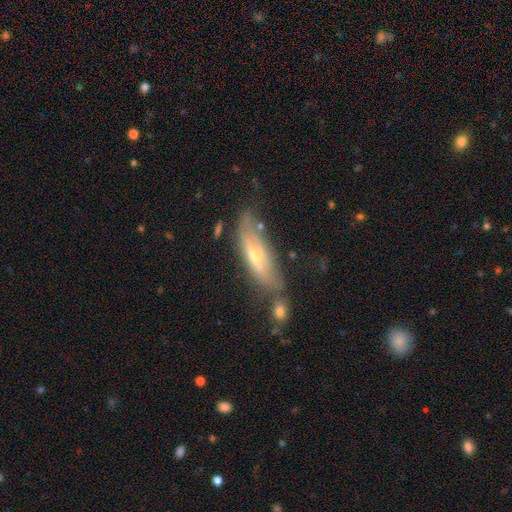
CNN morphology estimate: featured or disk 61%, smooth 32%, star or artifact 7%. Down the decision tree: edge-on disk — yes (65%); merging — none (56%).